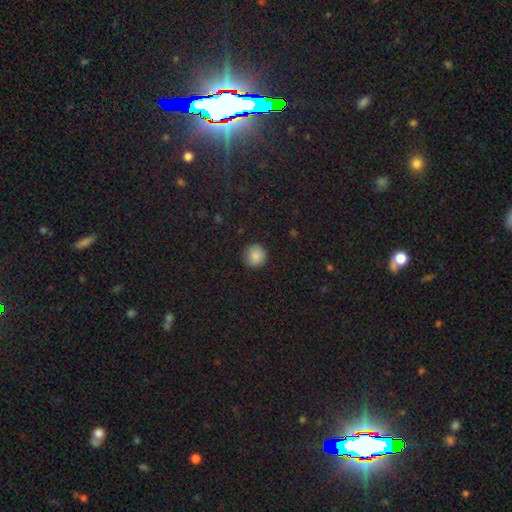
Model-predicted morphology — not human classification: Smooth or featured? Predicted: smooth (p=0.86). How rounded? Predicted: round (p=0.93). Merging? Predicted: none (p=0.89).